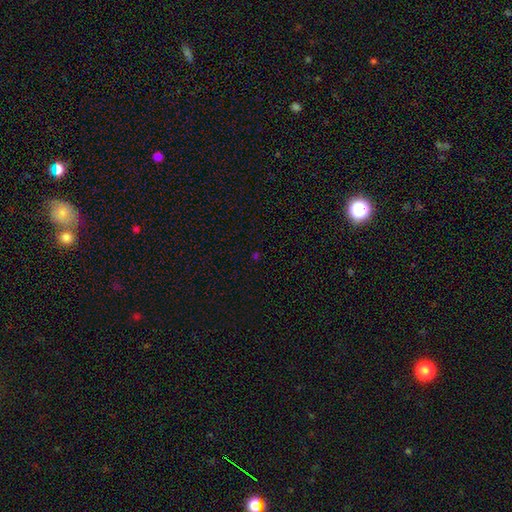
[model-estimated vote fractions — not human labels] star or artifact 58%, smooth 36%, featured or disk 6%.